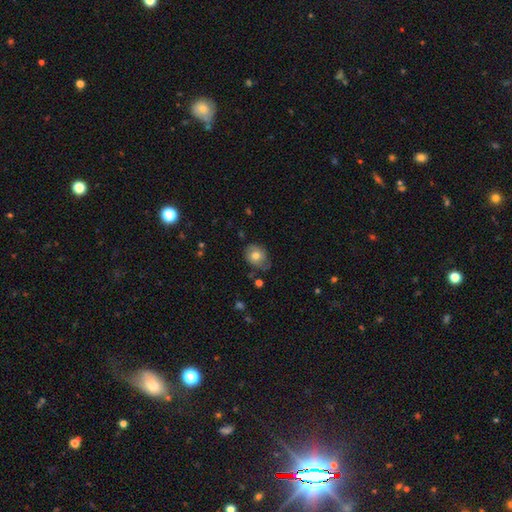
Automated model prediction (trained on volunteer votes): Smooth or featured?
  - smooth: 70% *
  - featured or disk: 21%
  - star or artifact: 9%
How rounded?
  - round: 61% *
  - in between: 38%
  - cigar-shaped: 1%
Merging?
  - none: 66% *
  - minor disturbance: 26%
  - major disturbance: 6%
  - merger: 2%